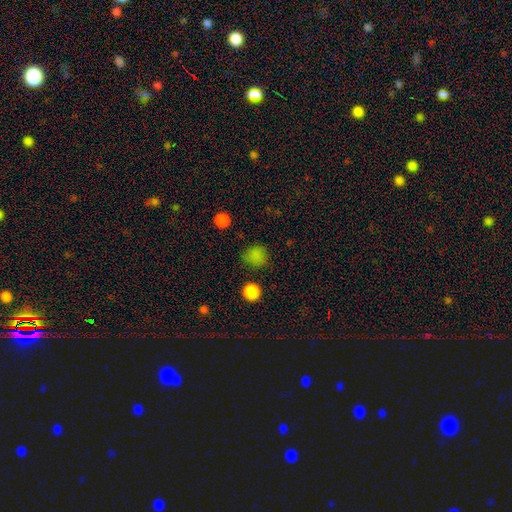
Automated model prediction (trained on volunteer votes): Smooth or featured? smooth (78%)
How rounded? round (87%)
Merging? none (79%)